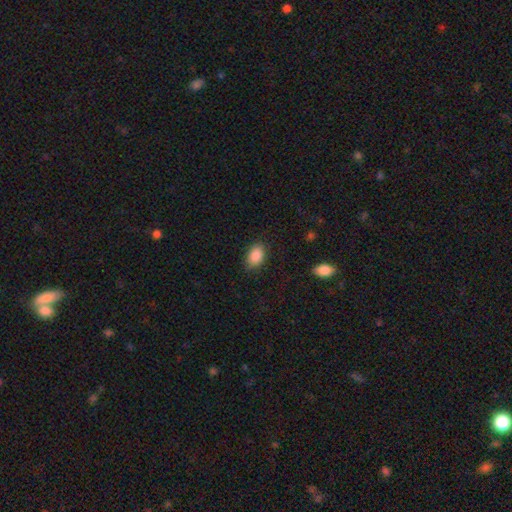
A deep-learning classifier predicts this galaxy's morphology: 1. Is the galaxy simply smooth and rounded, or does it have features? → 88% smooth, 7% star or artifact, 5% featured or disk.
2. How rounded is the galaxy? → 88% in between, 11% round, 1% cigar-shaped.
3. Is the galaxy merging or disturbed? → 81% none, 15% minor disturbance, 3% major disturbance, 1% merger.